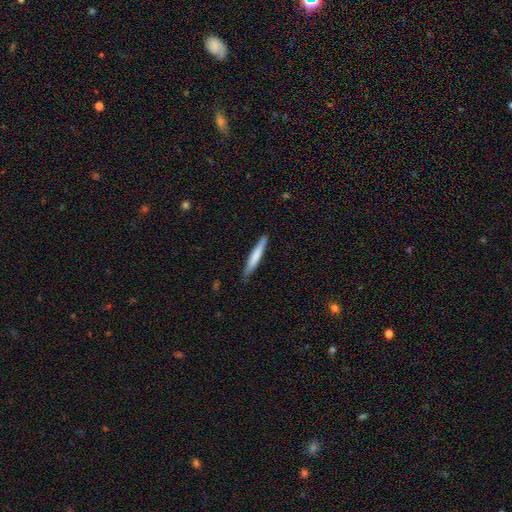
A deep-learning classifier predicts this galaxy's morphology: This is likely a smooth galaxy (71%). How rounded: clearly cigar-shaped (95%). Merging: clearly none (84%).